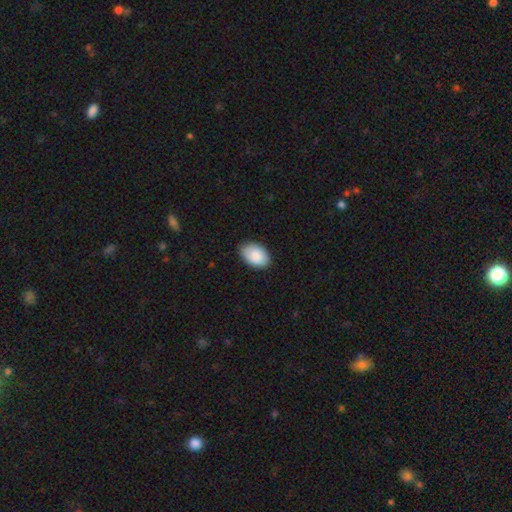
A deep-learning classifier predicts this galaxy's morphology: Smooth or featured?
  - smooth: 89% *
  - star or artifact: 6%
  - featured or disk: 5%
How rounded?
  - in between: 91% *
  - round: 8%
  - cigar-shaped: 1%
Merging?
  - none: 82% *
  - minor disturbance: 15%
  - major disturbance: 2%
  - merger: 1%